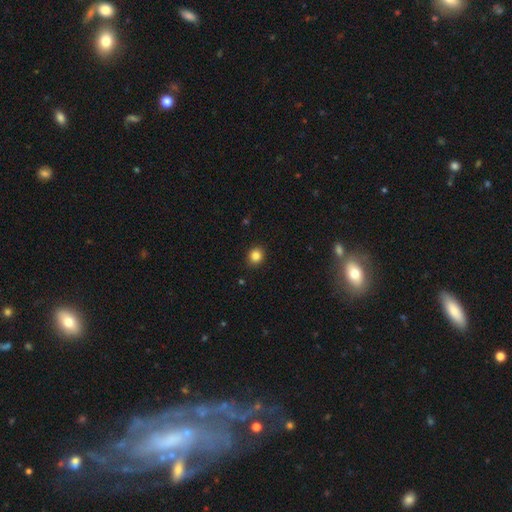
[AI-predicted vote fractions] Smooth or featured?
  - smooth: 85% *
  - star or artifact: 11%
  - featured or disk: 4%
How rounded?
  - round: 79% *
  - in between: 20%
  - cigar-shaped: 1%
Merging?
  - none: 88% *
  - minor disturbance: 8%
  - major disturbance: 2%
  - merger: 1%